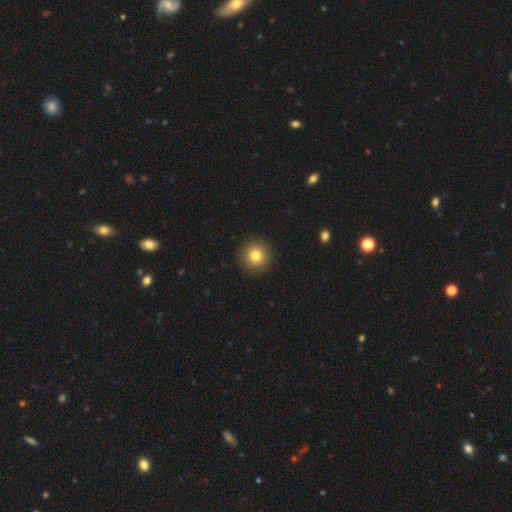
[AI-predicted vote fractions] Smooth or featured? smooth (80%)
How rounded? round (95%)
Merging? none (93%)